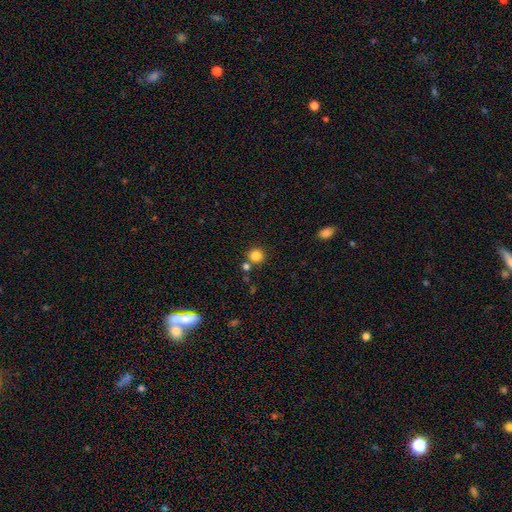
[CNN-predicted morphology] A smooth galaxy with no disk features (84%) that is round (92%).

Vote fractions:
- Smooth or featured? smooth: 84% / star or artifact: 12% / featured or disk: 4%
- How rounded? round: 92% / in between: 7% / cigar-shaped: 1%
- Merging? none: 76% / merger: 14% / minor disturbance: 8% / major disturbance: 3%